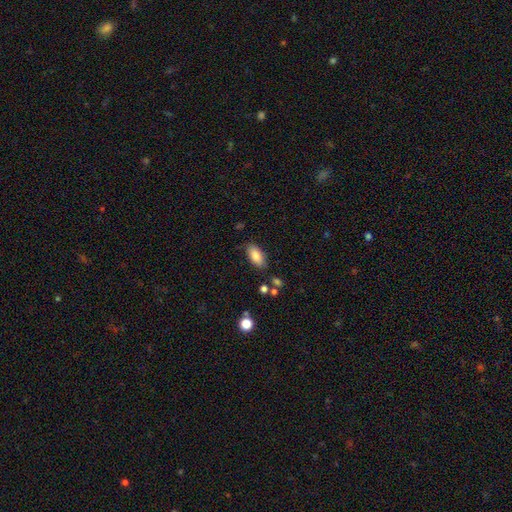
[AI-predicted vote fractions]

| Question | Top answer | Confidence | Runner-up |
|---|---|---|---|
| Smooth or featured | smooth | 84% | featured or disk (9%) |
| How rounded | in between | 91% | cigar-shaped (6%) |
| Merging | none | 81% | minor disturbance (14%) |